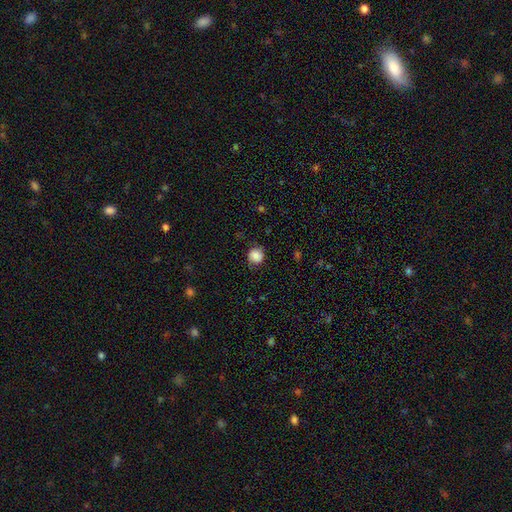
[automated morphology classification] This appears to be a smooth galaxy with no disk features (84%) that is round (88%). Merging: none (79%).